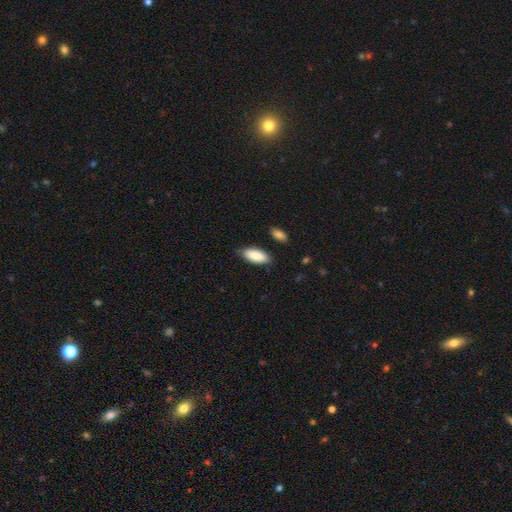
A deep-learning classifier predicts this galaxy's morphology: Overall: smooth (88%). How rounded: in between (87%). Merging: none (80%).